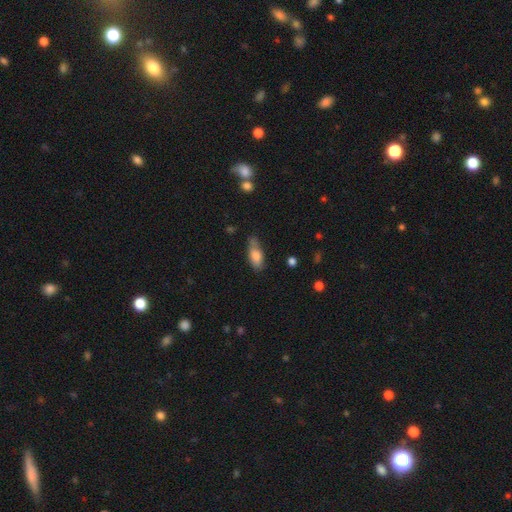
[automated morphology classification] This is likely a smooth galaxy (78%). How rounded: likely in between (75%). Merging: possibly none (56%).